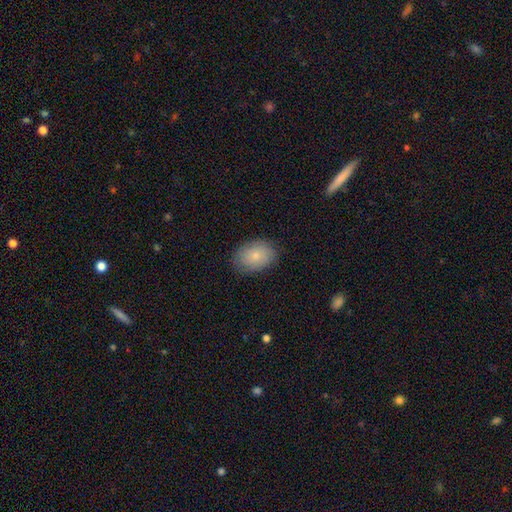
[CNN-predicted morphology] smooth 78%, featured or disk 15%, star or artifact 7%. Down the decision tree: how rounded — in between (79%); merging — none (83%).